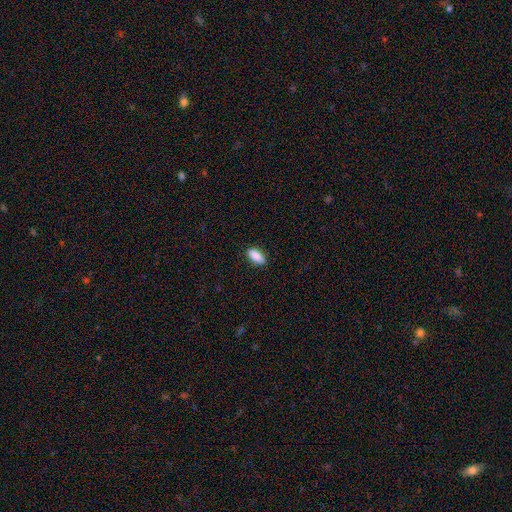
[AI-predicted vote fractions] Smooth or featured? smooth (89%)
How rounded? in between (84%)
Merging? none (87%)